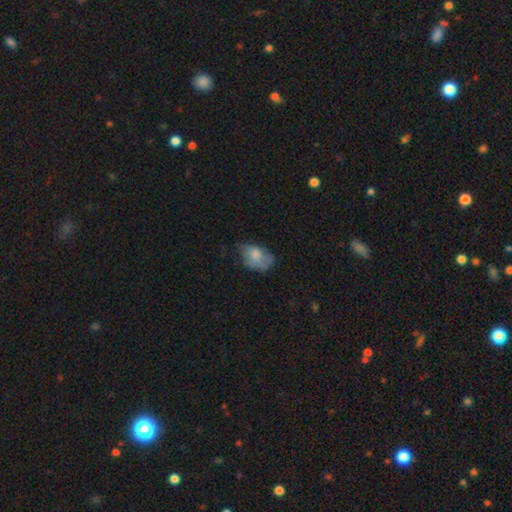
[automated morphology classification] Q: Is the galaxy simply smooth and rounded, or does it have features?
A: smooth — 69%.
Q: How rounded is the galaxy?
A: in between — 85%.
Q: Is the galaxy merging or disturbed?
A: minor disturbance — 38%.